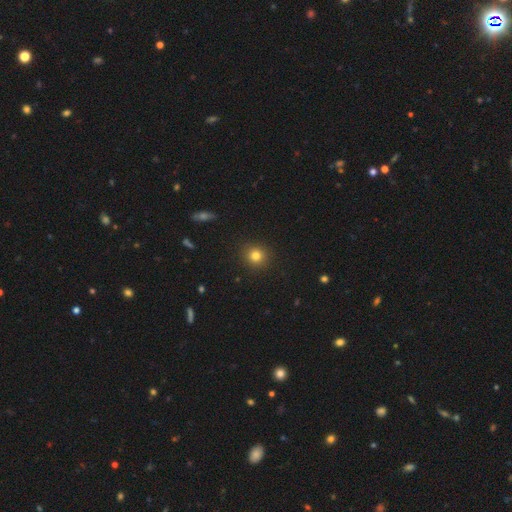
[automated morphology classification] Q: Smooth or featured?
A: smooth (81%); runner-up: star or artifact (13%)
Q: How rounded?
A: round (91%); runner-up: in between (8%)
Q: Merging?
A: none (92%); runner-up: minor disturbance (5%)